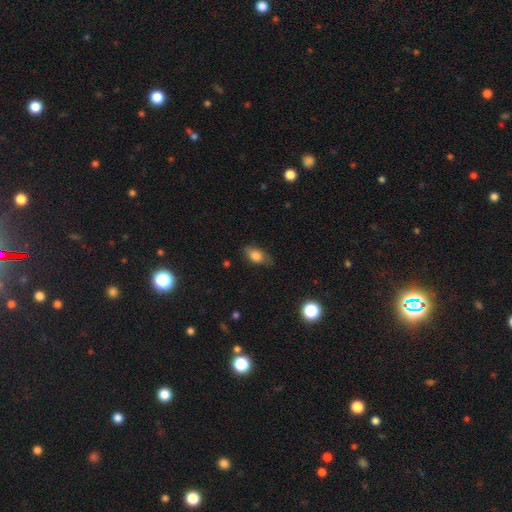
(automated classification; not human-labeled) A smooth galaxy with no disk features (77%) that is in between round and cigar-shaped (86%). Merging: none (72%).